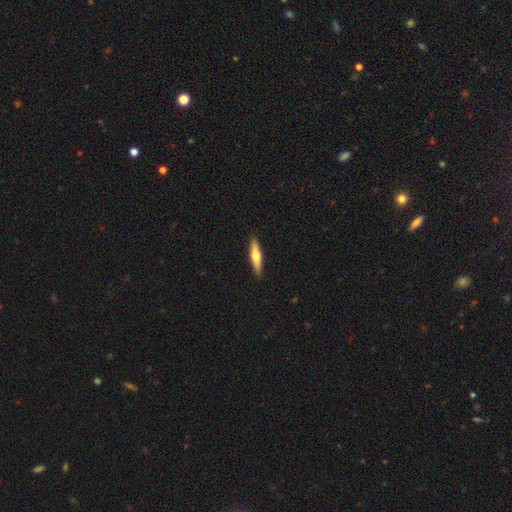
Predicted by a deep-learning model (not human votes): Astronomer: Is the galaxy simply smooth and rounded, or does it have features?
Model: smooth — 52% (runner-up: featured or disk, 43%).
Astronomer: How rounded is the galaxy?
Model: cigar-shaped — 82%.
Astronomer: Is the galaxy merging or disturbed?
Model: none — 90%.